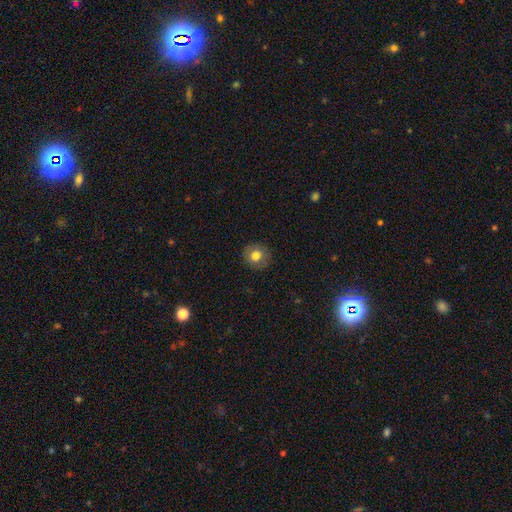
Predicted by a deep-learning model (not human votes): This is likely a smooth galaxy (79%). How rounded: clearly round (90%). Merging: clearly none (90%).